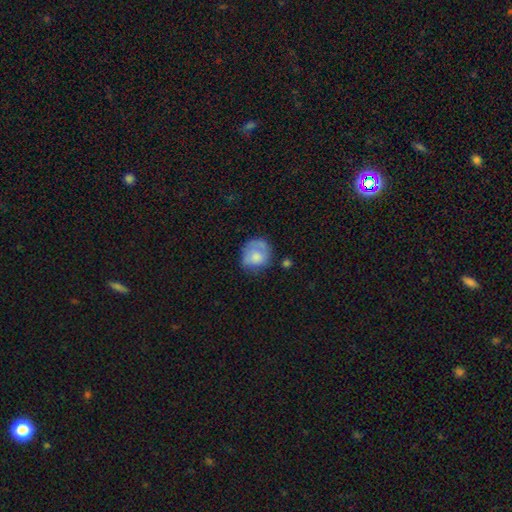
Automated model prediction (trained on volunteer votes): This appears to be a smooth galaxy with no disk features (69%) that is round (73%). Merging: none (52%).